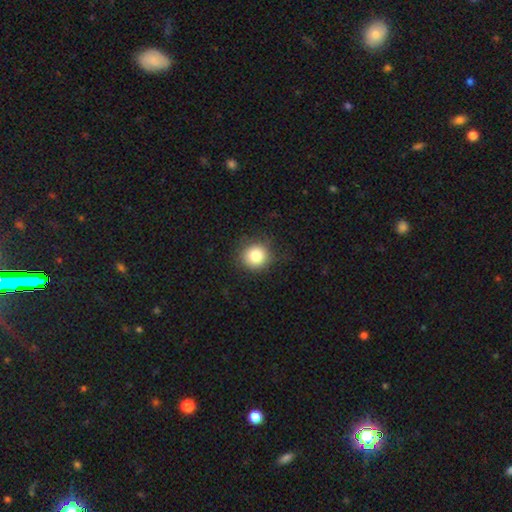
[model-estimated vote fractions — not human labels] Morphology: type=smooth (82%); roundness=round (91%); merging=none (85%).